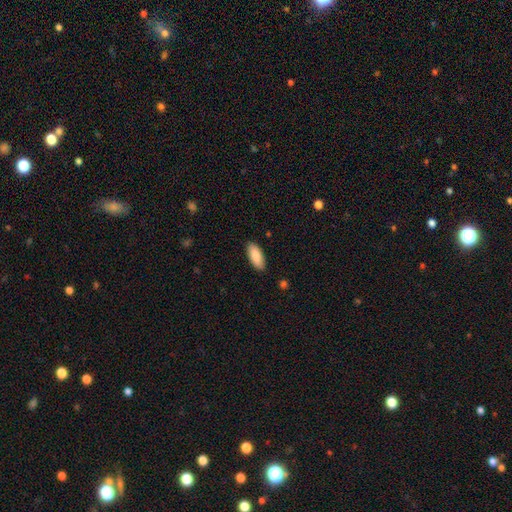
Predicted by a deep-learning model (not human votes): Smooth or featured? smooth (88%)
How rounded? in between (80%)
Merging? none (88%)